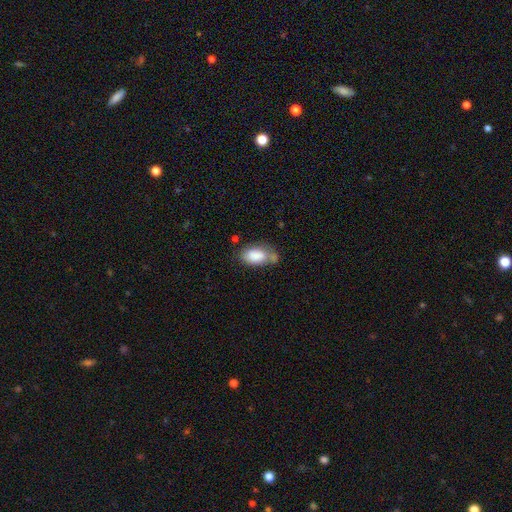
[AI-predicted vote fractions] The model was most divided on "merging": none: 46%, minor disturbance: 27%, merger: 18%, major disturbance: 10%. More confident: how rounded — in between (92%); smooth or featured — smooth (83%).